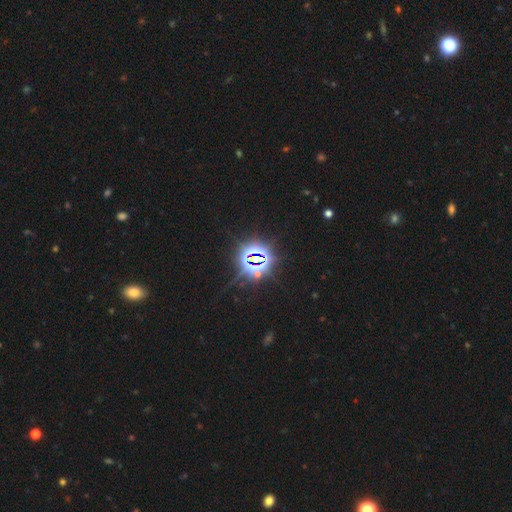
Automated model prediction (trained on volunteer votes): smooth-or-featured: star or artifact: 84% | smooth: 9% | featured or disk: 7%